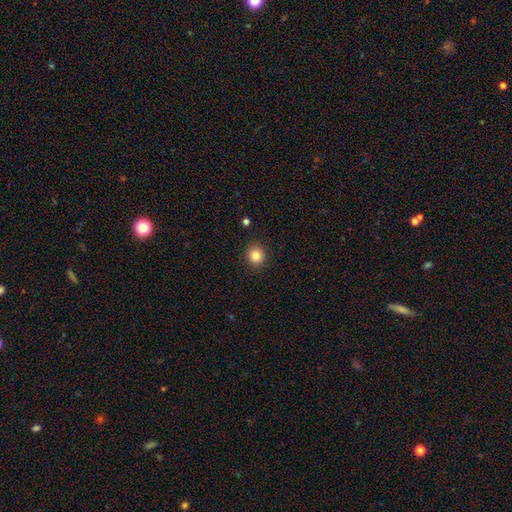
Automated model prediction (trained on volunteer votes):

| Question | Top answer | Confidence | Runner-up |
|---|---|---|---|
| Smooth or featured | smooth | 84% | star or artifact (11%) |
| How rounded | round | 88% | in between (11%) |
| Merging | none | 91% | minor disturbance (6%) |